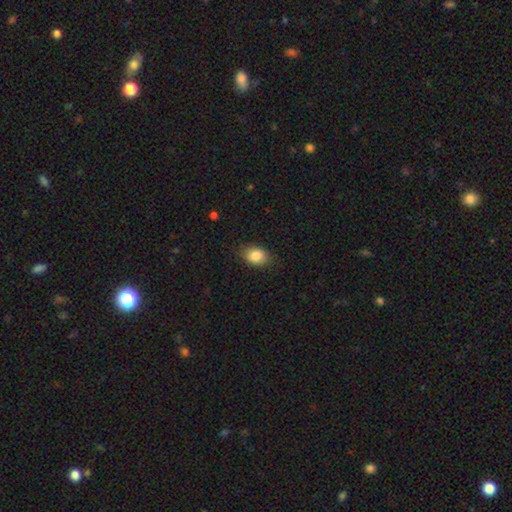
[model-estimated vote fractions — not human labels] smooth-or-featured: smooth: 86% | star or artifact: 8% | featured or disk: 6%
  how-rounded: in between: 74% | round: 25% | cigar-shaped: 1%
  merging: none: 81% | minor disturbance: 15% | major disturbance: 3% | merger: 1%